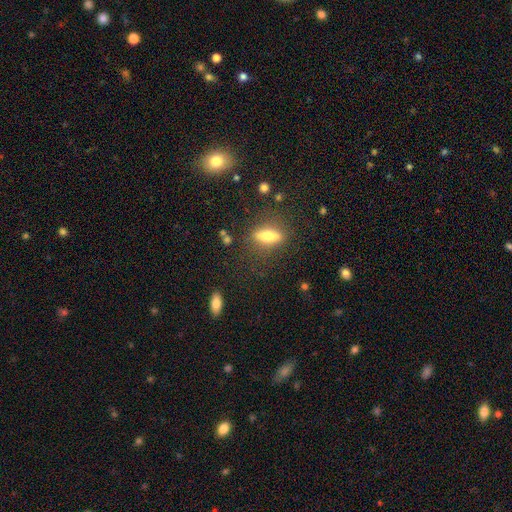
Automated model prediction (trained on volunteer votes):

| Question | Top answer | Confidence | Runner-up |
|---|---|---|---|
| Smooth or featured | smooth | 53% | star or artifact (28%) |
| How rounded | in between | 66% | round (19%) |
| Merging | none | 75% | minor disturbance (13%) |